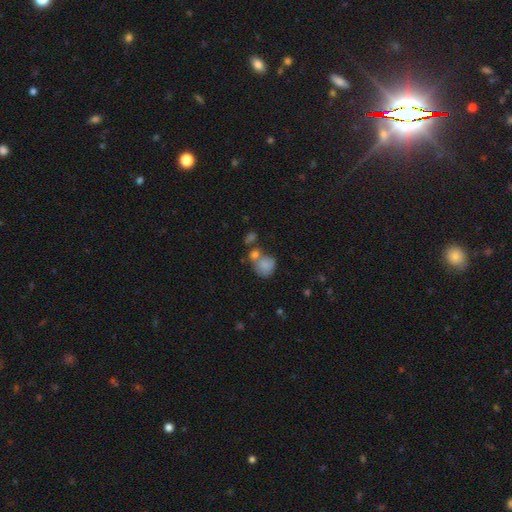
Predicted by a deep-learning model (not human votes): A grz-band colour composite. It shows a smooth galaxy with no disk features (63%) that is round (78%). Merging: none (47%).